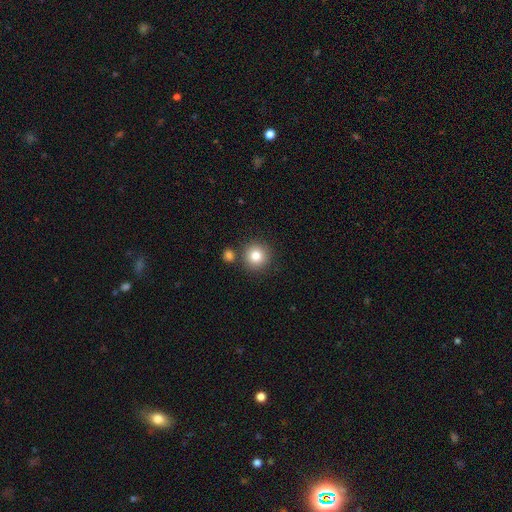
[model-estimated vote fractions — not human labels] Overall: smooth (82%). How rounded: round (93%). Merging: none (81%).